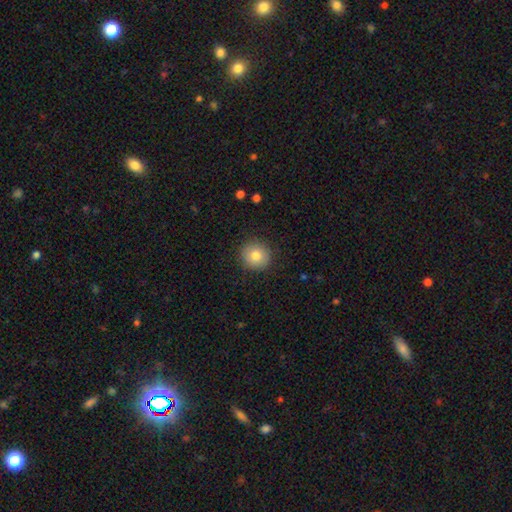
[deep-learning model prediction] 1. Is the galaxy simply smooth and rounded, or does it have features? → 81% smooth, 10% featured or disk, 9% star or artifact.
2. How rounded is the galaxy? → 91% round, 8% in between, 1% cigar-shaped.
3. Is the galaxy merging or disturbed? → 89% none, 8% minor disturbance, 2% major disturbance, 1% merger.